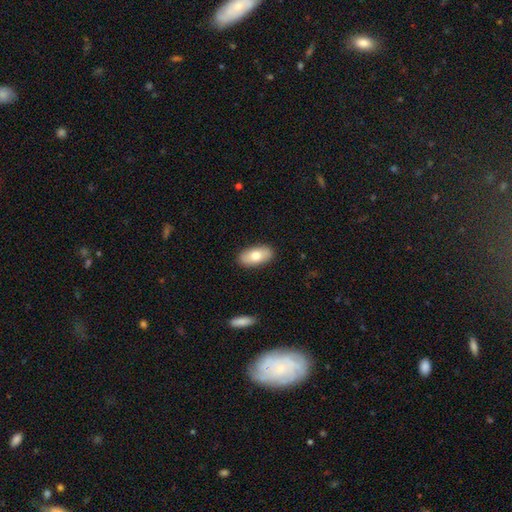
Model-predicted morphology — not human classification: Q: Smooth or featured?
A: smooth (75%); runner-up: featured or disk (19%)
Q: How rounded?
A: in between (92%); runner-up: cigar-shaped (4%)
Q: Merging?
A: none (89%); runner-up: minor disturbance (8%)